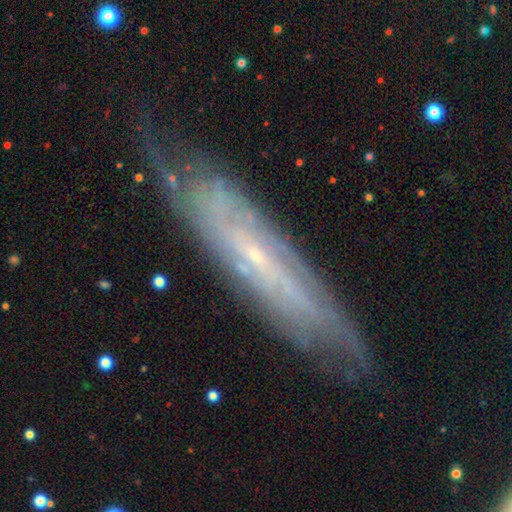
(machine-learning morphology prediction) A featured or disk galaxy (76%). Merging: none (75%).